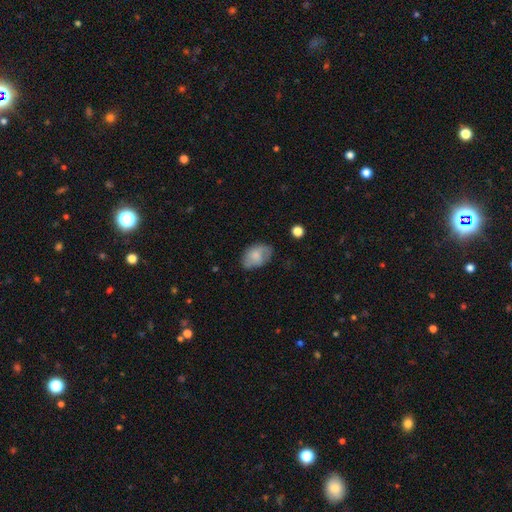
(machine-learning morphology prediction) Smooth or featured? smooth (66%)
How rounded? in between (85%)
Merging? none (63%)